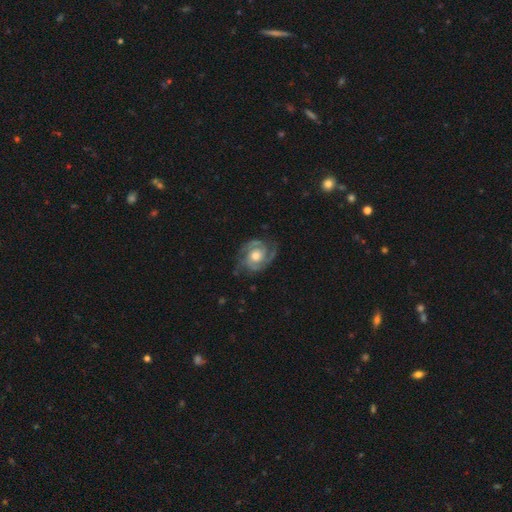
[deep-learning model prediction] Q: Smooth or featured?
A: featured or disk (90%); runner-up: smooth (6%)
Q: Edge-on disk?
A: no (98%); runner-up: yes (2%)
Q: Bar?
A: no (73%); runner-up: weak (22%)
Q: Spiral arms?
A: yes (98%); runner-up: no (2%)
Q: Spiral winding?
A: tight (54%); runner-up: medium (39%)
Q: Spiral arm count?
A: 2 (67%); runner-up: 3 (18%)
Q: Bulge size?
A: moderate (64%); runner-up: large (23%)
Q: Merging?
A: none (75%); runner-up: minor disturbance (17%)